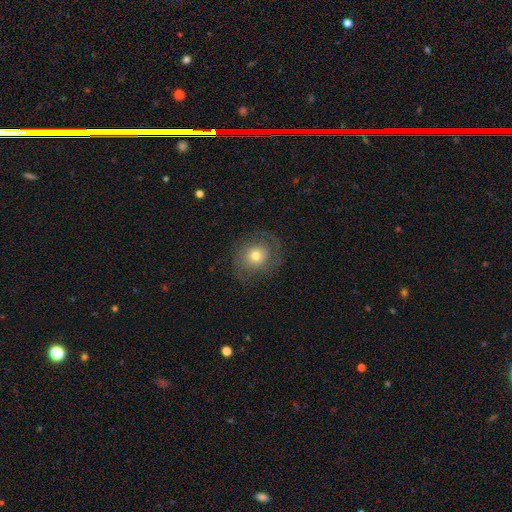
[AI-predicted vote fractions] smooth-or-featured: smooth: 54% | featured or disk: 36% | star or artifact: 10%
  how-rounded: round: 79% | in between: 20% | cigar-shaped: 1%
  merging: none: 74% | minor disturbance: 14% | major disturbance: 10% | merger: 1%